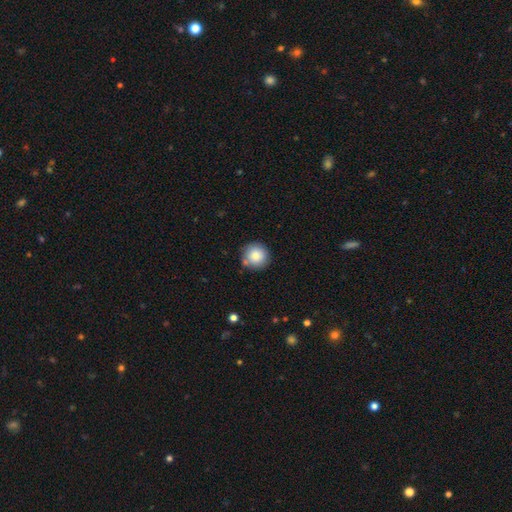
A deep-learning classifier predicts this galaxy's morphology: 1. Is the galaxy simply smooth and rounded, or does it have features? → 85% smooth, 8% star or artifact, 7% featured or disk.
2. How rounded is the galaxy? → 94% round, 5% in between, 1% cigar-shaped.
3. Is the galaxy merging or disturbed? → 81% none, 11% minor disturbance, 5% merger, 3% major disturbance.